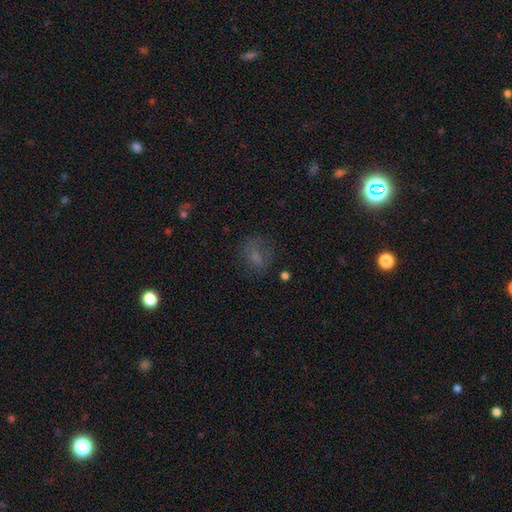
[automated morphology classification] Smooth or featured?
  - smooth: 58% *
  - star or artifact: 21%
  - featured or disk: 21%
How rounded?
  - in between: 50% *
  - round: 47%
  - cigar-shaped: 2%
Merging?
  - none: 58% *
  - minor disturbance: 21%
  - major disturbance: 18%
  - merger: 3%